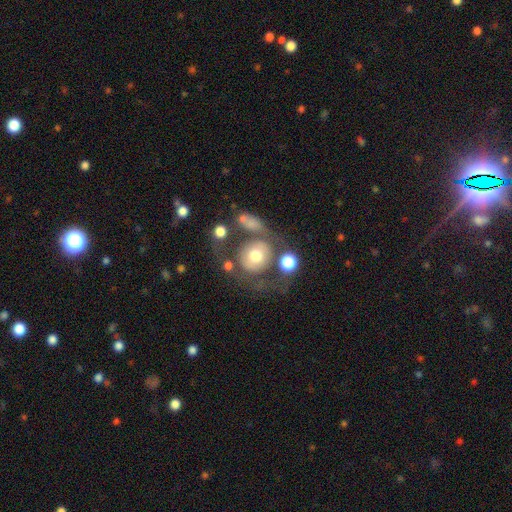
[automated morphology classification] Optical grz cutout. It shows a smooth galaxy with no disk features (59%) that is round (82%). Merging: none (49%).